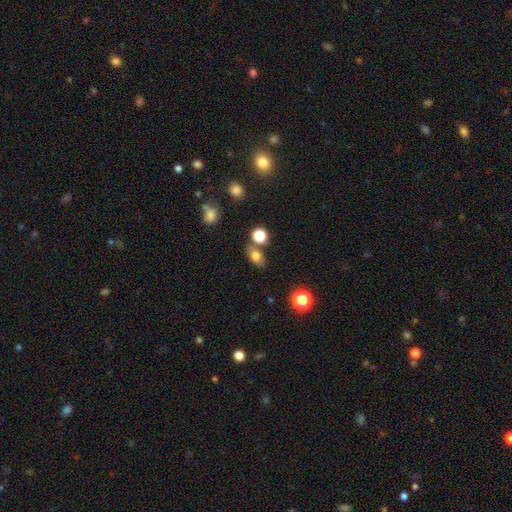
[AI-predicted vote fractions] Smooth or featured?
  - smooth: 76% *
  - star or artifact: 13%
  - featured or disk: 11%
How rounded?
  - in between: 72% *
  - round: 26%
  - cigar-shaped: 2%
Merging?
  - none: 67% *
  - merger: 15%
  - minor disturbance: 14%
  - major disturbance: 4%